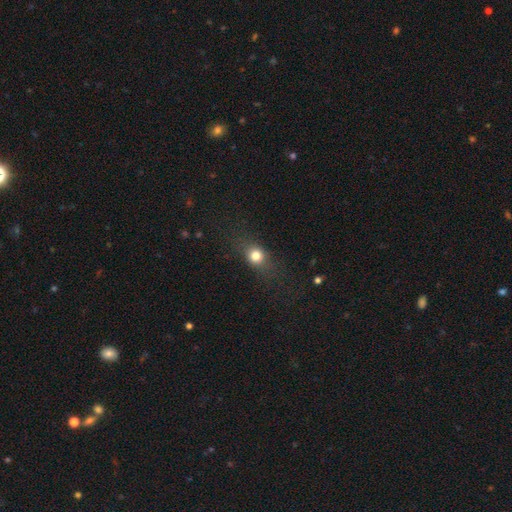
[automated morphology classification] smooth 73%, star or artifact 14%, featured or disk 13%. Down the decision tree: how rounded — round (58%); merging — none (74%).